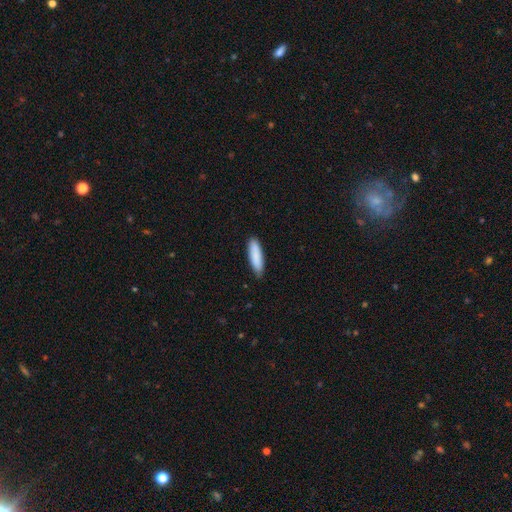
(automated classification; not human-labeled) A smooth galaxy with no disk features (88%) that is cigar-shaped (63%).

Vote fractions:
- Smooth or featured? smooth: 88% / featured or disk: 6% / star or artifact: 5%
- How rounded? cigar-shaped: 63% / in between: 36% / round: 1%
- Merging? none: 84% / minor disturbance: 13% / major disturbance: 2% / merger: 1%